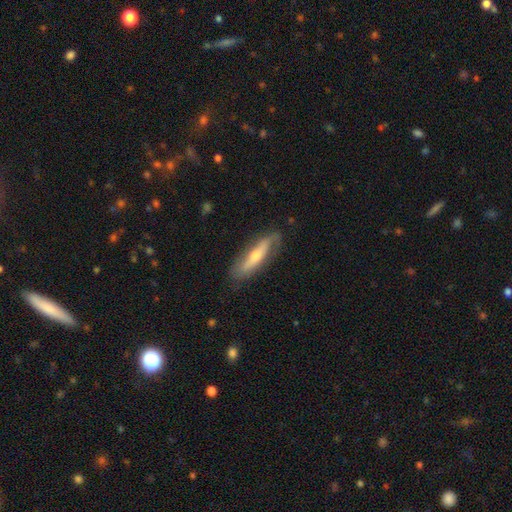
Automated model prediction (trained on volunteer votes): A featured or disk galaxy (57%) viewed edge-on (53%). Merging: none (76%).